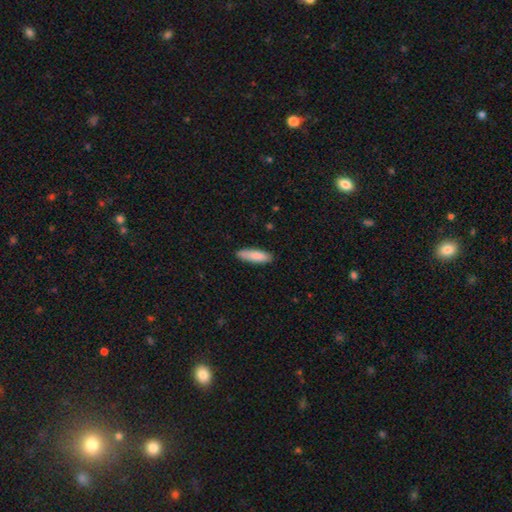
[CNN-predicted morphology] type=smooth (86%); roundness=cigar-shaped (56%); merging=none (85%).